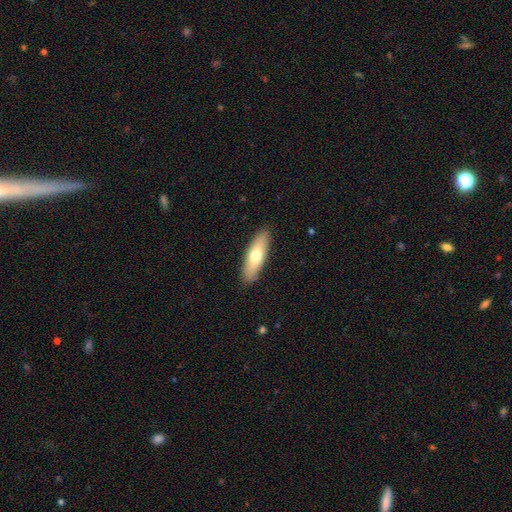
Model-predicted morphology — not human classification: Smooth or featured? Predicted: smooth (p=0.66). How rounded? Predicted: cigar-shaped (p=0.51). Merging? Predicted: none (p=0.89).